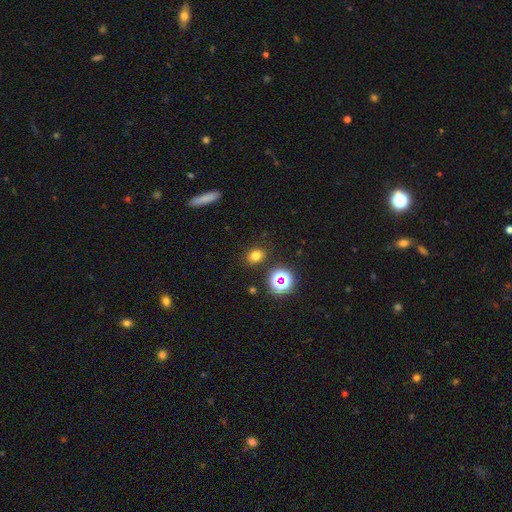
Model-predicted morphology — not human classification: Smooth or featured? Predicted: smooth (p=0.73). How rounded? Predicted: in between (p=0.51). Merging? Predicted: none (p=0.86).